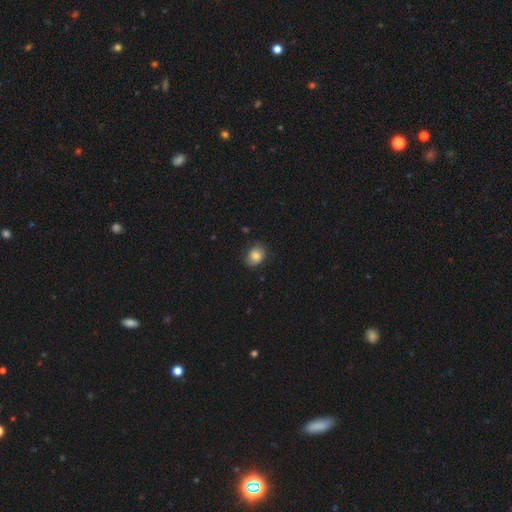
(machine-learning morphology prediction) Overall: smooth (80%). How rounded: in between (55%; round 45%). Merging: none (73%).